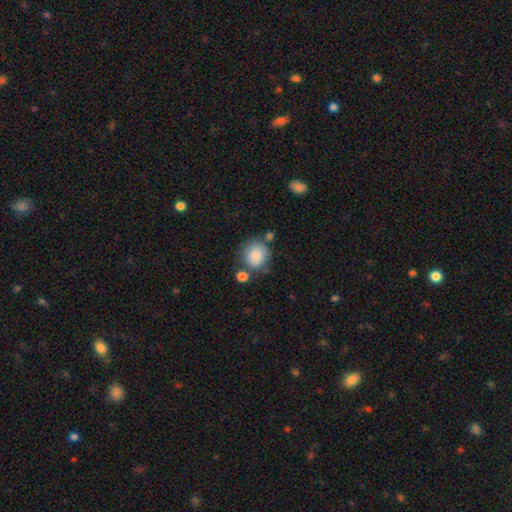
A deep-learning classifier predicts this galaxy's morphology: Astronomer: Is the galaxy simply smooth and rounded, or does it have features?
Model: smooth — 84%.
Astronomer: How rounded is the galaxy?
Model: round — 84%.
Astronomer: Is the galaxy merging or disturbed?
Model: none — 64%.